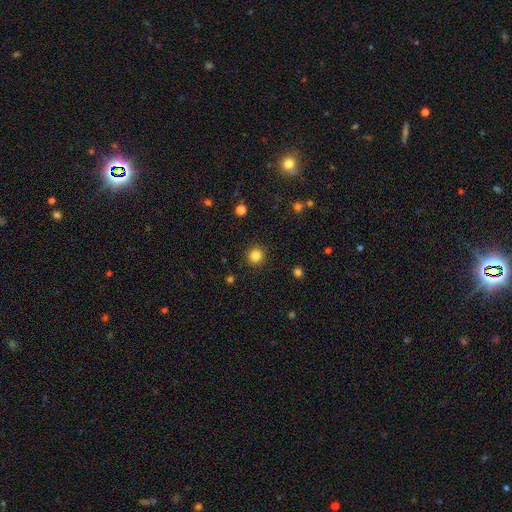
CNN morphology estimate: Smooth or featured? smooth (84%)
How rounded? round (94%)
Merging? none (92%)